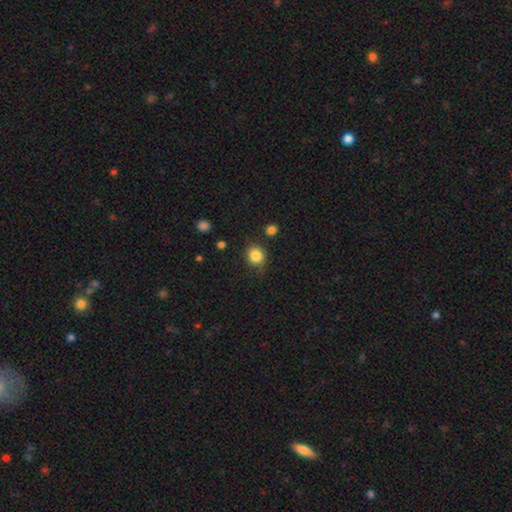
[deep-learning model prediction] This is clearly a smooth galaxy (85%). How rounded: likely round (74%). Merging: likely none (78%).